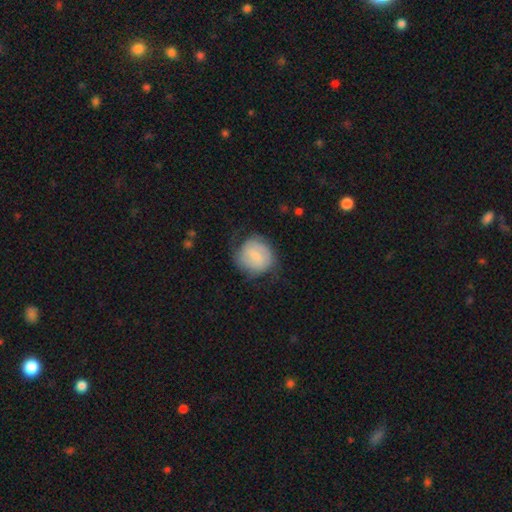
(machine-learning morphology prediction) Smooth or featured?
  - smooth: 50% *
  - featured or disk: 44%
  - star or artifact: 7%
Merging?
  - none: 64% *
  - minor disturbance: 23%
  - major disturbance: 12%
  - merger: 1%